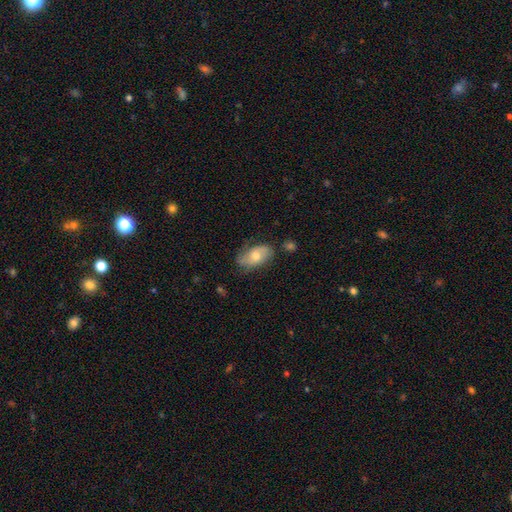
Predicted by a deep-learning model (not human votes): This is possibly a smooth galaxy (59%). How rounded: clearly in between (91%). Merging: likely none (61%).